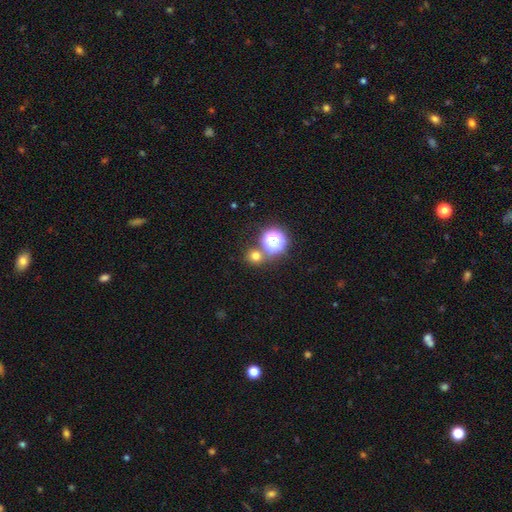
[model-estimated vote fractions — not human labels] smooth 68%, star or artifact 26%, featured or disk 7%. Down the decision tree: how rounded — round (87%); merging — none (75%).